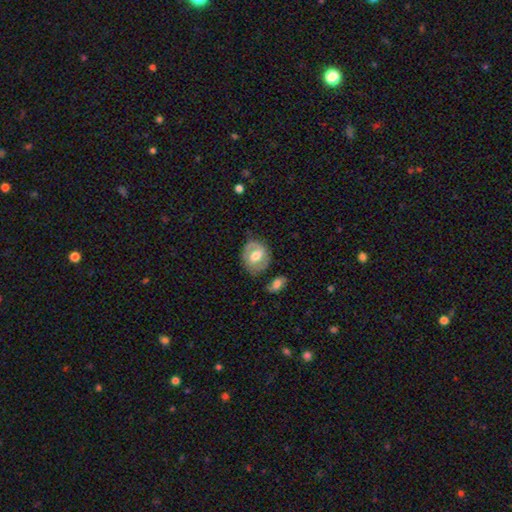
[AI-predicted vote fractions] Smooth or featured? featured or disk (54%)
Edge-on disk? no (96%)
Bar? weak (46%)
Spiral arms? yes (65%)
Bulge size? moderate (70%)
Merging? none (66%)